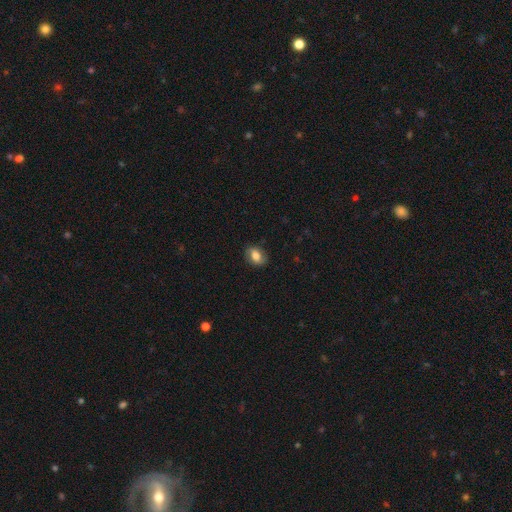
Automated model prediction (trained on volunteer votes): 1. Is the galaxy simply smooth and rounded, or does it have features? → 75% smooth, 17% featured or disk, 8% star or artifact.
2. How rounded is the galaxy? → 72% in between, 27% round, 1% cigar-shaped.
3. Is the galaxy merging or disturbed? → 83% none, 13% minor disturbance, 3% major disturbance, 1% merger.